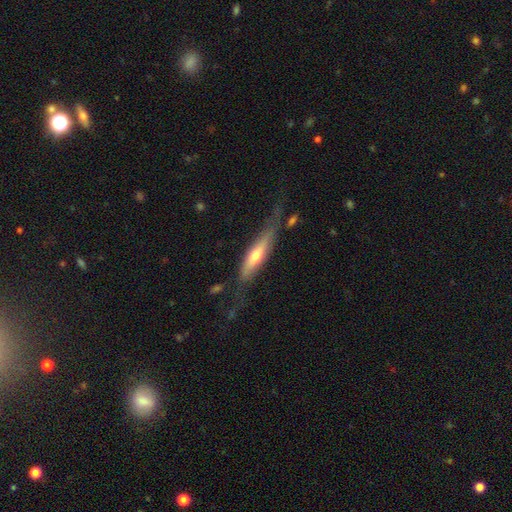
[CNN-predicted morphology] Smooth or featured: featured or disk — 52% (smooth — 43%)
Edge-on disk: yes — 82% (no — 18%)
Merging: none — 56% (minor disturbance — 24%)